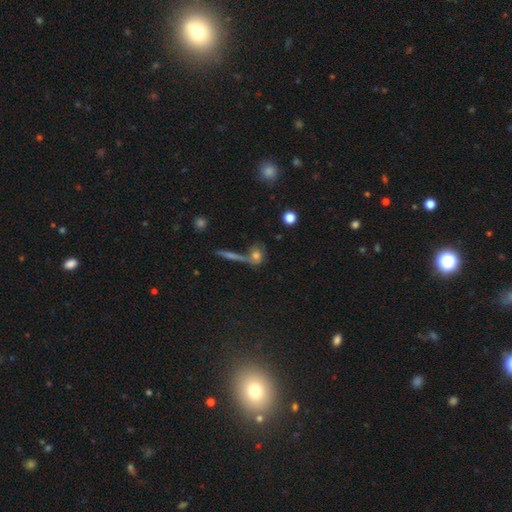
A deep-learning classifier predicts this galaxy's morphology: This appears to be a star or artifact, not a galaxy (43%).